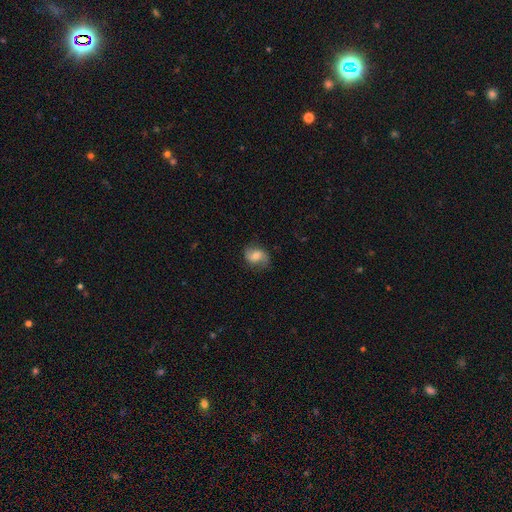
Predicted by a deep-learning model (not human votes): smooth_or_featured: featured or disk (p=0.56) [alt: smooth p=0.36]
disk_edge_on: no (p=0.97) [alt: yes p=0.03]
bar: no (p=0.49) [alt: weak p=0.40]
has_spiral_arms: yes (p=0.90) [alt: no p=0.10]
bulge_size: moderate (p=0.55) [alt: small p=0.30]
merging: none (p=0.75) [alt: minor disturbance p=0.18]